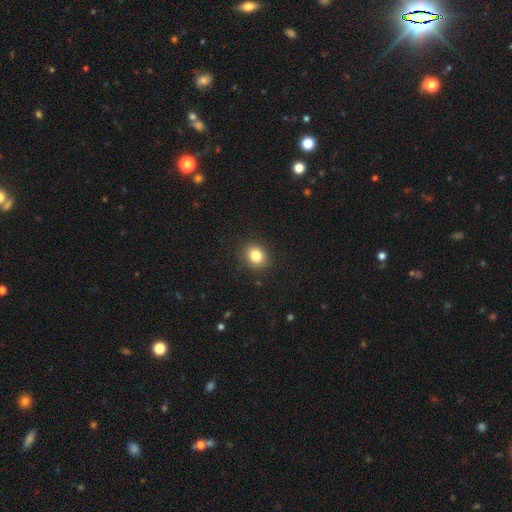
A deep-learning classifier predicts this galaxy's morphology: smooth 83%, star or artifact 11%, featured or disk 6%. Down the decision tree: how rounded — round (67%); merging — none (89%).